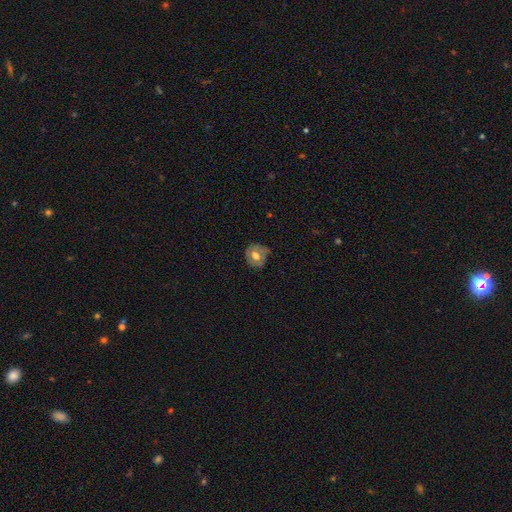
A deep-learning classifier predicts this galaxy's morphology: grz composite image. It shows a smooth galaxy with no disk features (54%) that is round (80%). Merging: none (70%).